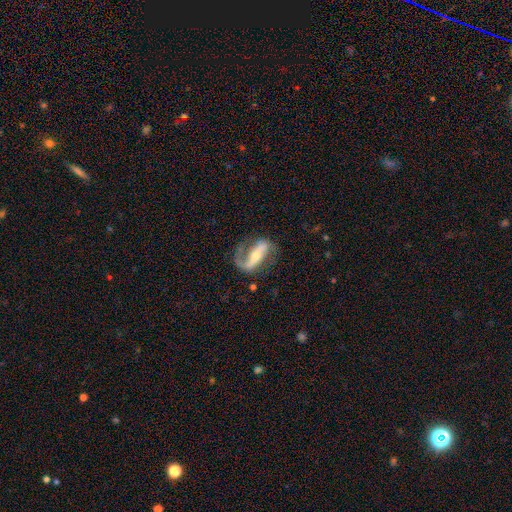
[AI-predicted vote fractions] A featured or disk galaxy (85%) with a strong bar (61%), 2 (73%) loose (46%) spiral arms (92%) and a small central bulge (48%).

Vote fractions:
- Smooth or featured? featured or disk: 85% / smooth: 10% / star or artifact: 5%
- Edge-on disk? no: 92% / yes: 8%
- Bar? strong: 61% / weak: 21% / no: 19%
- Spiral arms? yes: 92% / no: 8%
- Spiral winding? loose: 46% / medium: 38% / tight: 15%
- Spiral arm count? 2: 73% / 1: 22% / can't tell: 3% / 3: 1% / 4: 1% / more than 4: 1%
- Bulge size? small: 48% / moderate: 47% / large: 3% / none: 2% / dominant: 1%
- Merging? none: 65% / minor disturbance: 17% / major disturbance: 15% / merger: 2%